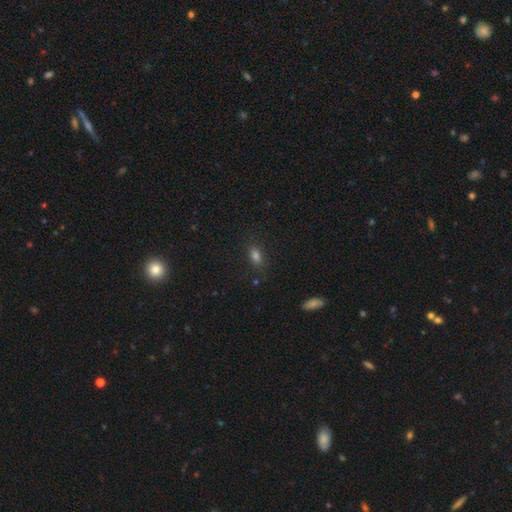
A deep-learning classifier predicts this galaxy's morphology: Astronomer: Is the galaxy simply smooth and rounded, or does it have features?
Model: smooth — 73%.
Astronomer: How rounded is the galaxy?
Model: in between — 78%.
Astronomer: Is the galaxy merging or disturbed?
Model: none — 81%.